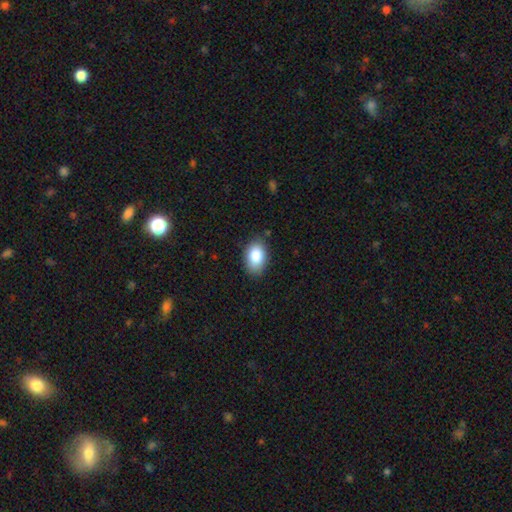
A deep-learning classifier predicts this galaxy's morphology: Overall: smooth (87%). How rounded: in between (88%). Merging: none (82%).